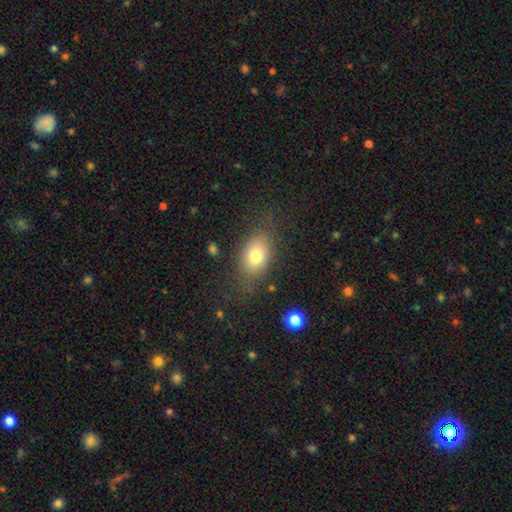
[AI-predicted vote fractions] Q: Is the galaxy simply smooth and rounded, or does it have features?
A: smooth — 74%.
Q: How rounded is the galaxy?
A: in between — 77%.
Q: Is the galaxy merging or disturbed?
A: none — 73%.